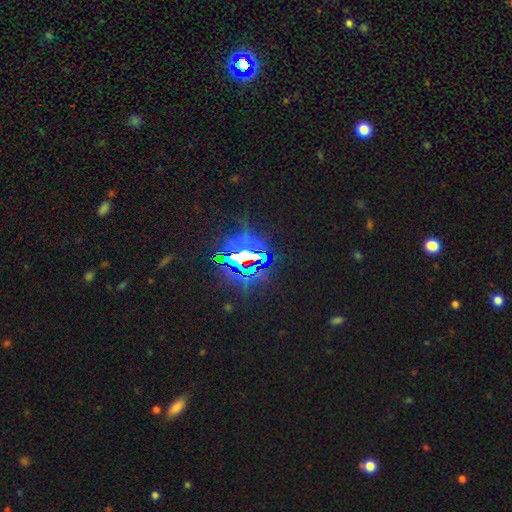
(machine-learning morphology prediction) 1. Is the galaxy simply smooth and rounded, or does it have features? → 79% star or artifact, 12% smooth, 9% featured or disk.